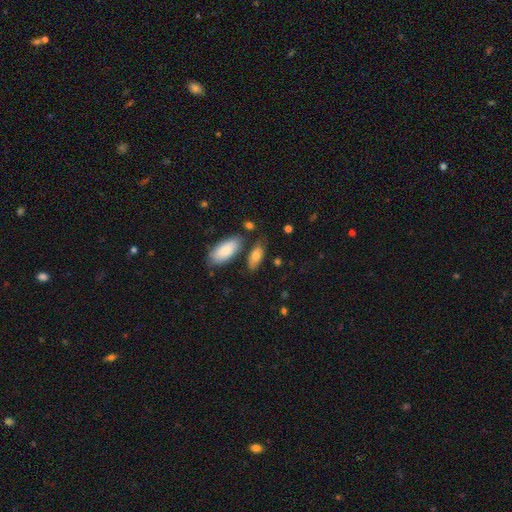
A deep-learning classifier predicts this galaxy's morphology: smooth 78%, featured or disk 15%, star or artifact 7%. Down the decision tree: how rounded — in between (82%); merging — none (68%).